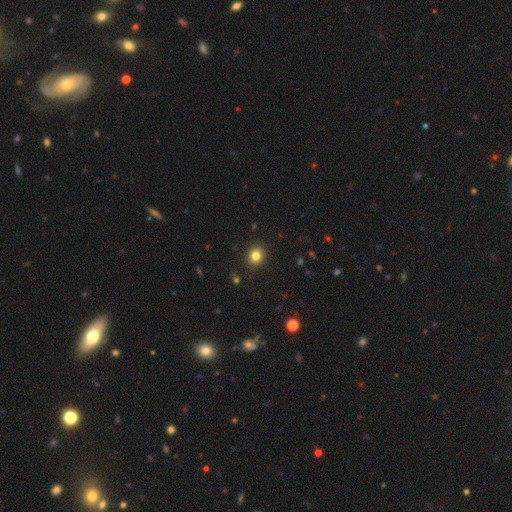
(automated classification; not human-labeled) smooth-or-featured: smooth: 83% | star or artifact: 12% | featured or disk: 5%
  how-rounded: round: 79% | in between: 20% | cigar-shaped: 1%
  merging: none: 91% | minor disturbance: 6% | major disturbance: 2% | merger: 1%